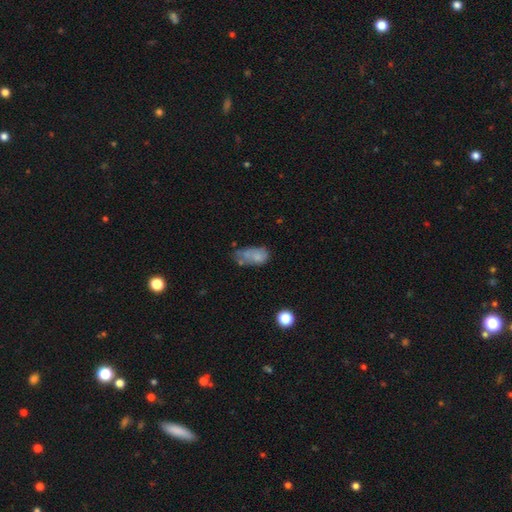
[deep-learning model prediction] A smooth galaxy with no disk features (67%) that is in between round and cigar-shaped (89%).

Vote fractions:
- Smooth or featured? smooth: 67% / featured or disk: 23% / star or artifact: 10%
- How rounded? in between: 89% / round: 8% / cigar-shaped: 3%
- Merging? minor disturbance: 34% / none: 29% / major disturbance: 24% / merger: 13%